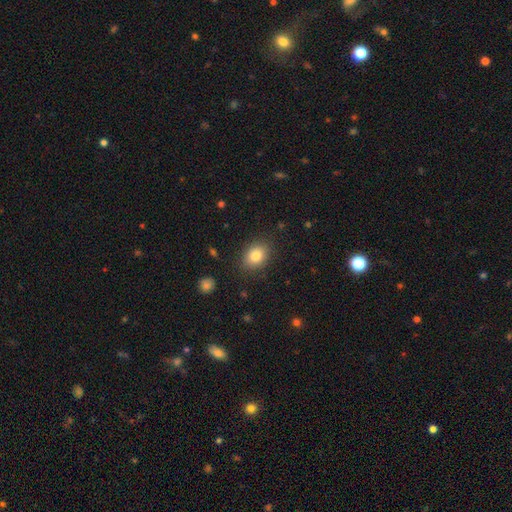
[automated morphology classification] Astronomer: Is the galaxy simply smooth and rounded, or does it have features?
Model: smooth — 81%.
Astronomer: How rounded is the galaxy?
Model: in between — 62%.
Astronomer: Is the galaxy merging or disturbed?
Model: none — 86%.